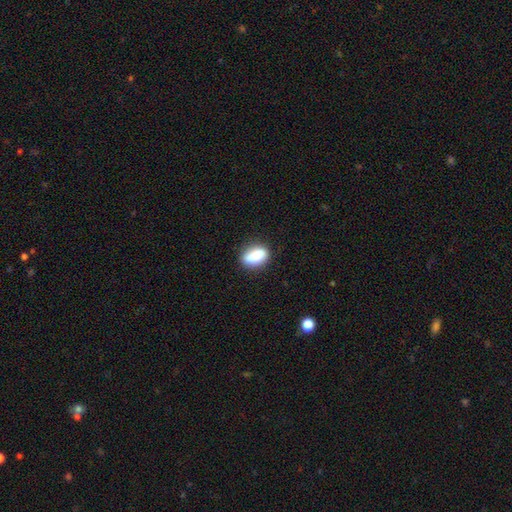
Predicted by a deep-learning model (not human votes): The model was most divided on "merging": none: 81%, minor disturbance: 14%, major disturbance: 3%, merger: 2%. More confident: smooth or featured — smooth (85%); how rounded — in between (84%).